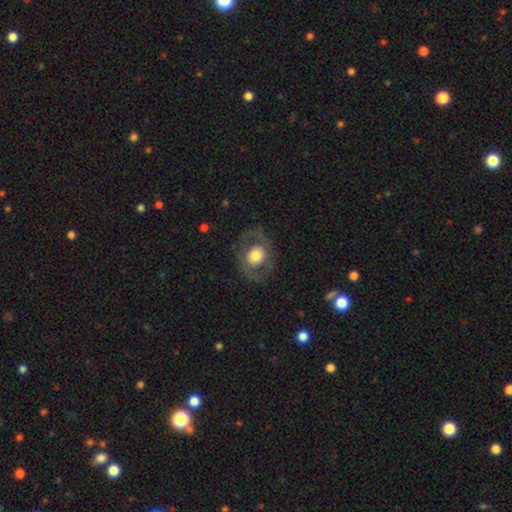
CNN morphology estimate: A featured or disk galaxy (51%). Merging: none (75%).